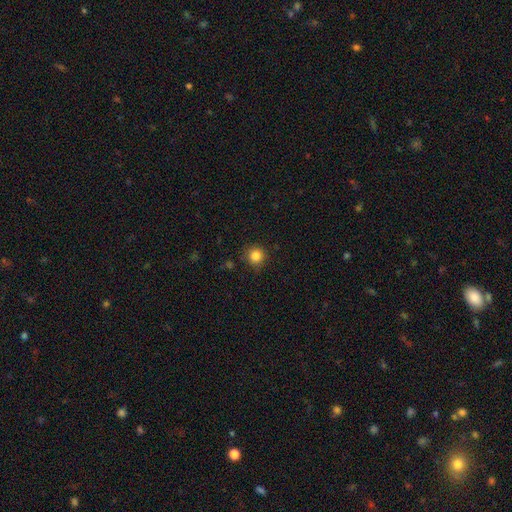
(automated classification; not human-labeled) Q: Smooth or featured?
A: smooth (84%); runner-up: star or artifact (11%)
Q: How rounded?
A: round (94%); runner-up: in between (5%)
Q: Merging?
A: none (87%); runner-up: minor disturbance (9%)